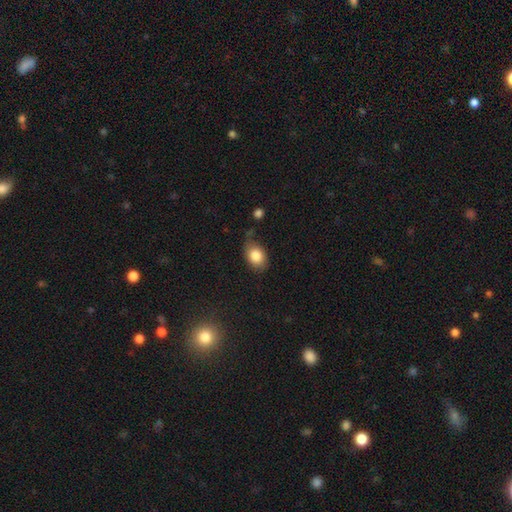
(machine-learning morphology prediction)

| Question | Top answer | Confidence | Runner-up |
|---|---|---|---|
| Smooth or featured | smooth | 83% | featured or disk (9%) |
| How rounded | in between | 78% | round (20%) |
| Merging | none | 67% | minor disturbance (24%) |